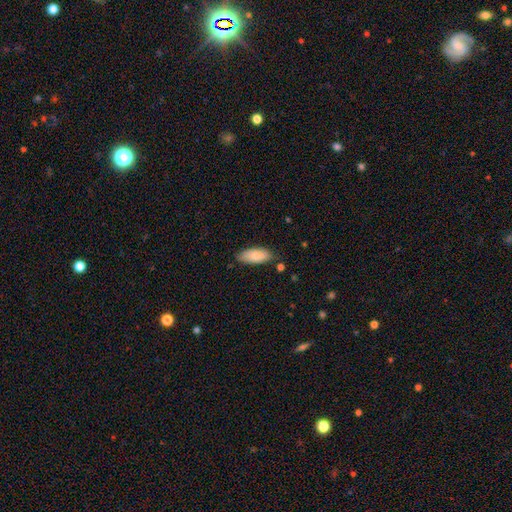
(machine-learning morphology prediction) Smooth or featured: smooth — 79% (featured or disk — 15%)
How rounded: in between — 86% (cigar-shaped — 12%)
Merging: none — 77% (minor disturbance — 18%)